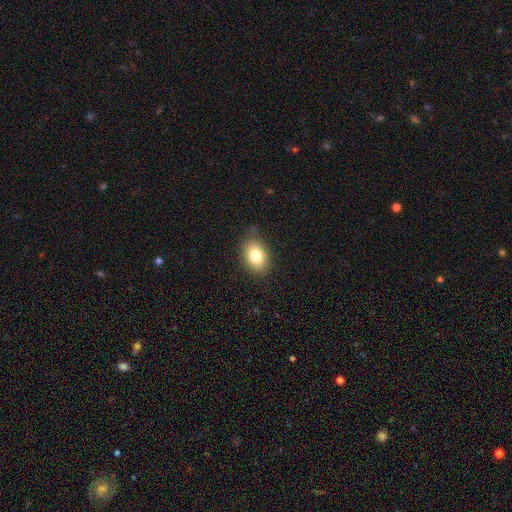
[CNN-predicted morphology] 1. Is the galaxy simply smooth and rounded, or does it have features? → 80% smooth, 11% featured or disk, 9% star or artifact.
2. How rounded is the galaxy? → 80% in between, 19% round, 1% cigar-shaped.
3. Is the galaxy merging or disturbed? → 79% none, 17% minor disturbance, 4% major disturbance, 1% merger.